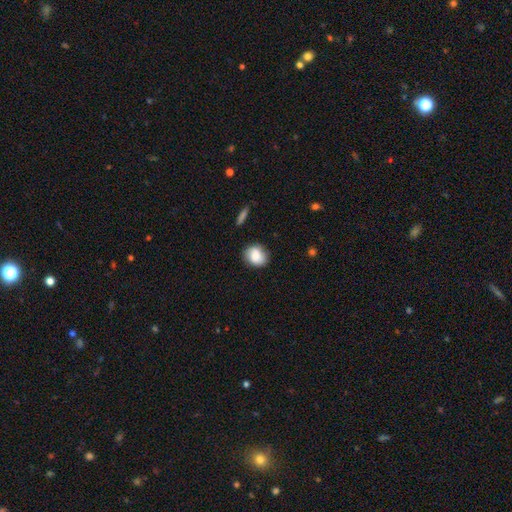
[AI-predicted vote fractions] Overall: smooth (78%). How rounded: round (58%; in between 40%). Merging: none (78%).